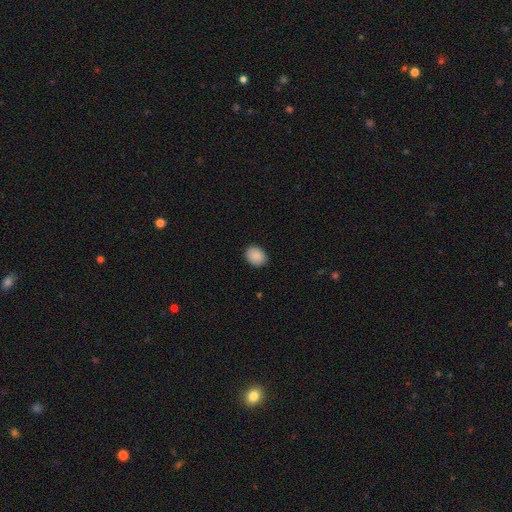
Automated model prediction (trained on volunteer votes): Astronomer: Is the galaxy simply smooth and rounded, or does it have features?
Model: smooth — 90%.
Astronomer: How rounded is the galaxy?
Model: in between — 62% (runner-up: round, 37%).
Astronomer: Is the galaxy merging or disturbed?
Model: none — 89%.